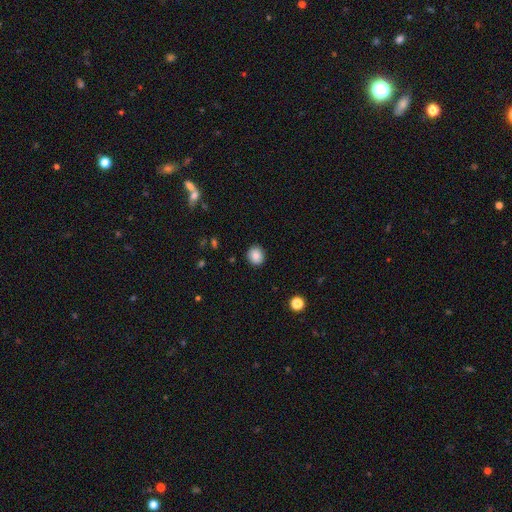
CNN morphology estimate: smooth-or-featured: smooth: 87% | star or artifact: 9% | featured or disk: 4%
  how-rounded: round: 78% | in between: 21% | cigar-shaped: 1%
  merging: none: 90% | minor disturbance: 7% | major disturbance: 2% | merger: 1%